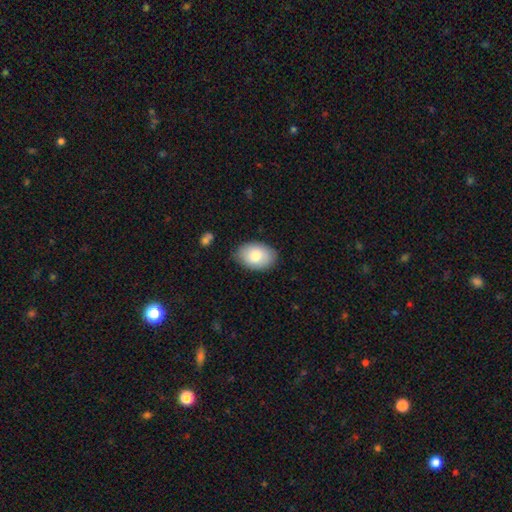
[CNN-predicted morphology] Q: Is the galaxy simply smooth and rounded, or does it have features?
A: smooth — 83%.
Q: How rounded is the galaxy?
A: in between — 88%.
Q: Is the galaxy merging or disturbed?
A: none — 84%.